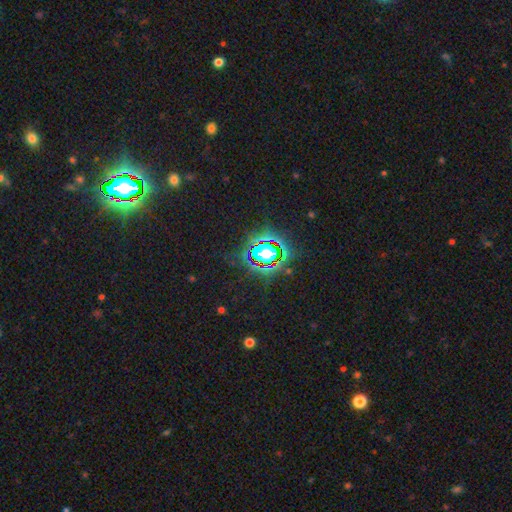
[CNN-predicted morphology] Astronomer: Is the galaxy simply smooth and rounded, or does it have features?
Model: star or artifact — 83%.